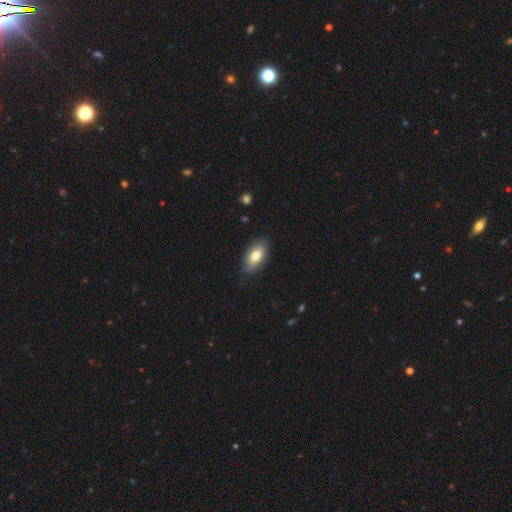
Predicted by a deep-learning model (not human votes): This appears to be a smooth galaxy with no disk features (77%) that is in between round and cigar-shaped (92%). Merging: none (78%).